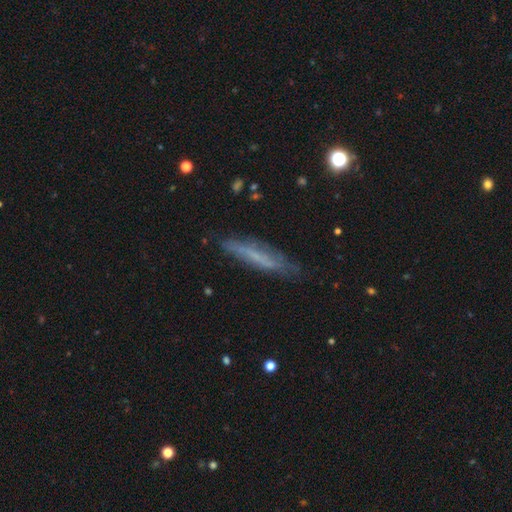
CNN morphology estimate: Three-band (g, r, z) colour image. It shows a smooth galaxy with no disk features (46%). Merging: none (79%).